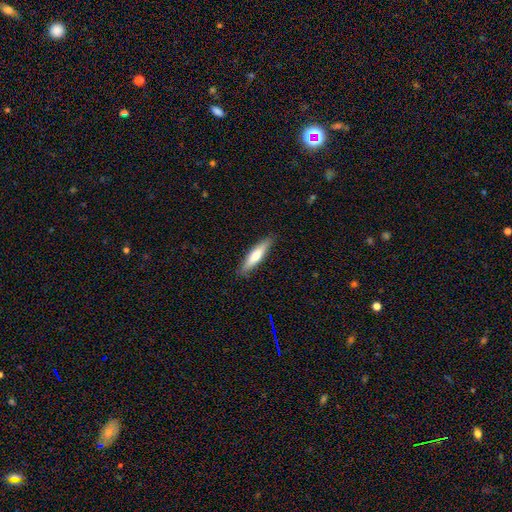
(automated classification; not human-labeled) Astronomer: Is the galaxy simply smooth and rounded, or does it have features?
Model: smooth — 64%.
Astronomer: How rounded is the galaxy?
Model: cigar-shaped — 80%.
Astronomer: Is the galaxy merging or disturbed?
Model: none — 88%.